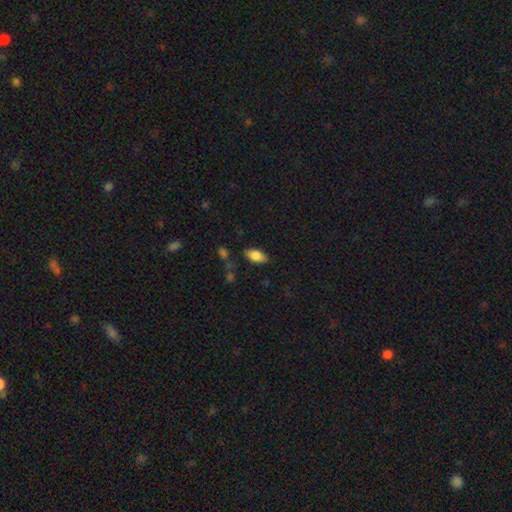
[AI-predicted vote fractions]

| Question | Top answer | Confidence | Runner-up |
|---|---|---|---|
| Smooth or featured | smooth | 83% | featured or disk (10%) |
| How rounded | in between | 91% | cigar-shaped (5%) |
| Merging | none | 79% | minor disturbance (14%) |